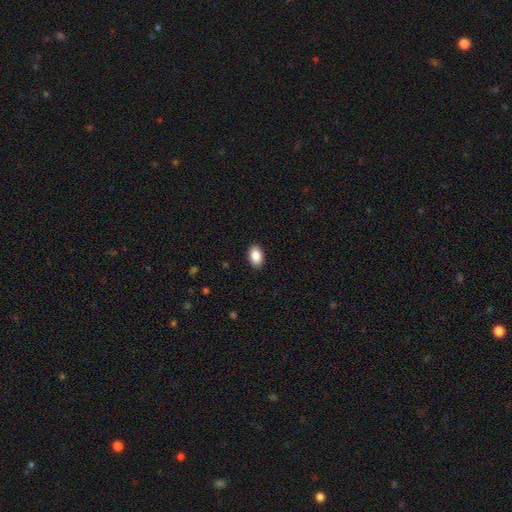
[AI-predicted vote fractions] Q: Smooth or featured?
A: smooth (89%); runner-up: star or artifact (7%)
Q: How rounded?
A: in between (89%); runner-up: round (10%)
Q: Merging?
A: none (90%); runner-up: minor disturbance (7%)